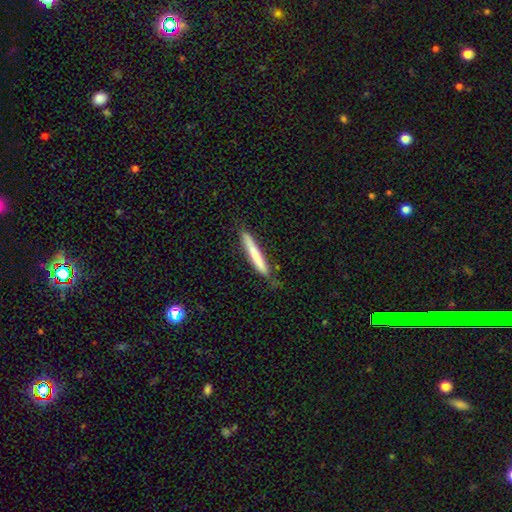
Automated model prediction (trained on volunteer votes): Smooth or featured? smooth (67%)
How rounded? cigar-shaped (96%)
Merging? none (79%)